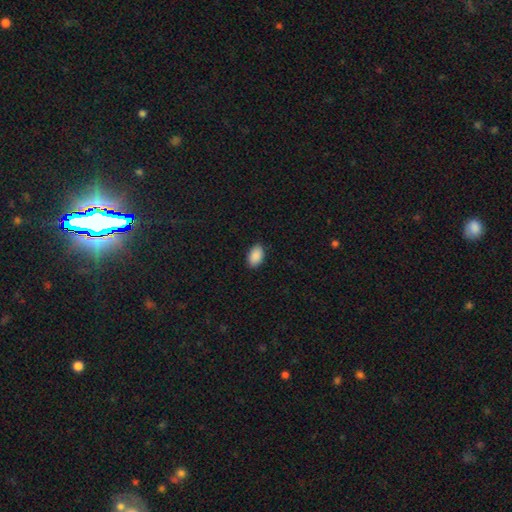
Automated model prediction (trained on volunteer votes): Morphology: type=smooth (90%); roundness=in between (92%); merging=none (87%).